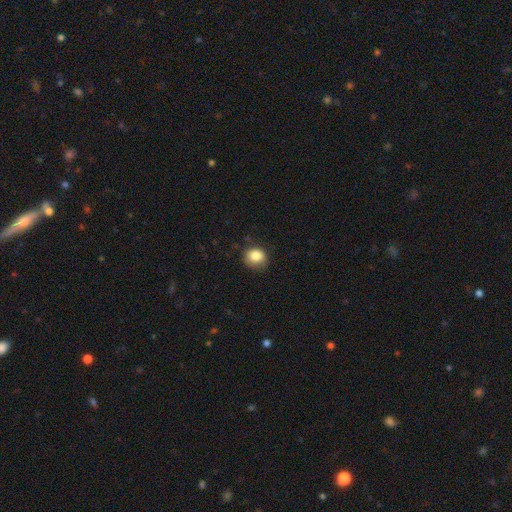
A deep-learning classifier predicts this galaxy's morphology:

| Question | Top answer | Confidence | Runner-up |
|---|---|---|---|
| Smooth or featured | smooth | 84% | star or artifact (10%) |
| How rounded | round | 72% | in between (27%) |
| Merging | none | 74% | minor disturbance (20%) |